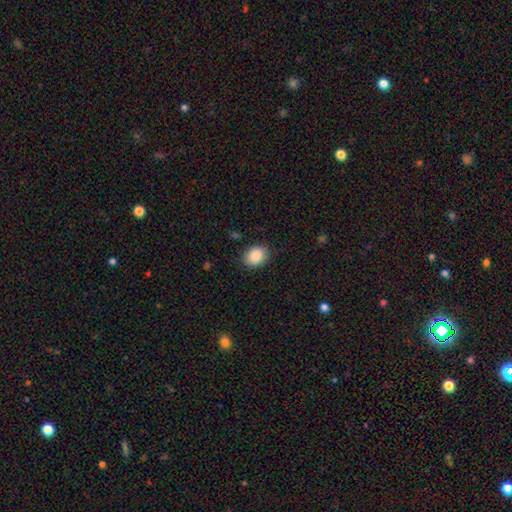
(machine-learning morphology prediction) Overall: smooth (88%). How rounded: in between (50%; round 49%). Merging: none (87%).